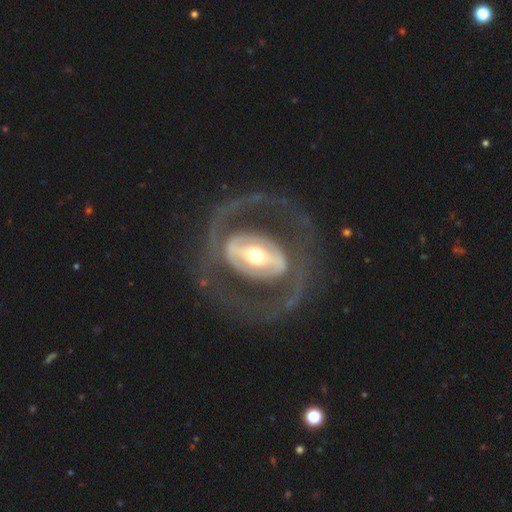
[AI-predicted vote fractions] This is clearly a featured or disk galaxy (84%). It is clearly not viewed edge-on (94%). Bar: possibly strong (53%). Spiral arm pattern: likely yes (65%). Spiral arm count: clearly 2 (81%). Spiral winding: possibly medium (45%). Central bulge: likely moderate (62%). Merging: likely none (70%).